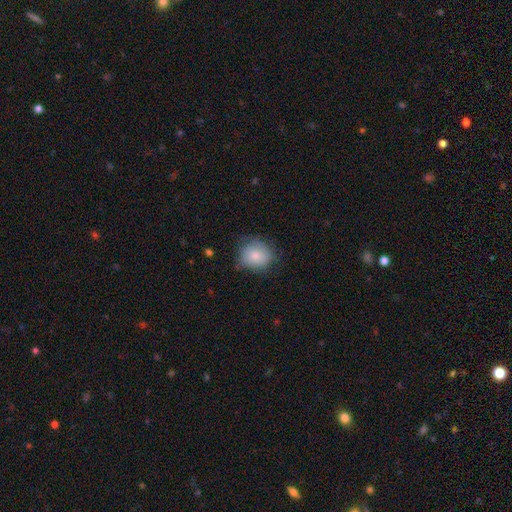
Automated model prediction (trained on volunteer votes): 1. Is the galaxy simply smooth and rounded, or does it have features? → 81% smooth, 11% featured or disk, 8% star or artifact.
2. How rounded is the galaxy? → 71% round, 28% in between, 1% cigar-shaped.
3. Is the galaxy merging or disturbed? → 67% none, 25% minor disturbance, 7% major disturbance, 1% merger.